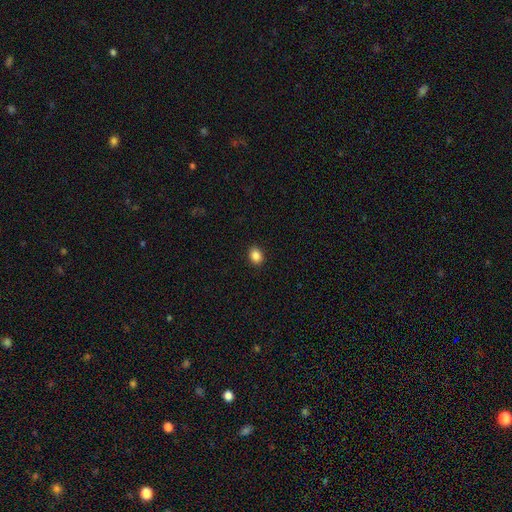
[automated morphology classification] A smooth galaxy with no disk features (87%) that is in between round and cigar-shaped (56%).

Vote fractions:
- Smooth or featured? smooth: 87% / star or artifact: 10% / featured or disk: 4%
- How rounded? in between: 56% / round: 43% / cigar-shaped: 1%
- Merging? none: 91% / minor disturbance: 6% / major disturbance: 2% / merger: 1%